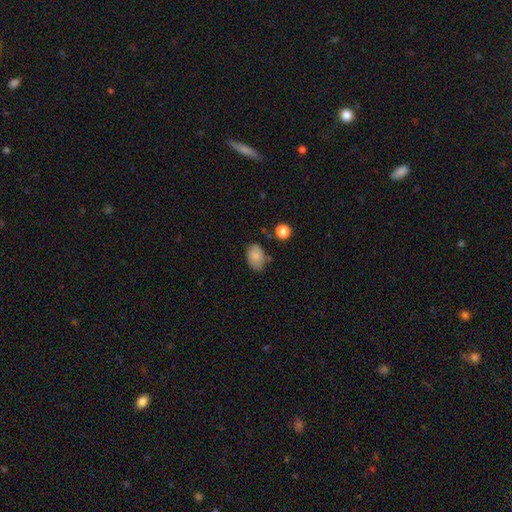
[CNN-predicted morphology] A smooth galaxy with no disk features (83%) that is in between round and cigar-shaped (85%). Merging: none (70%).